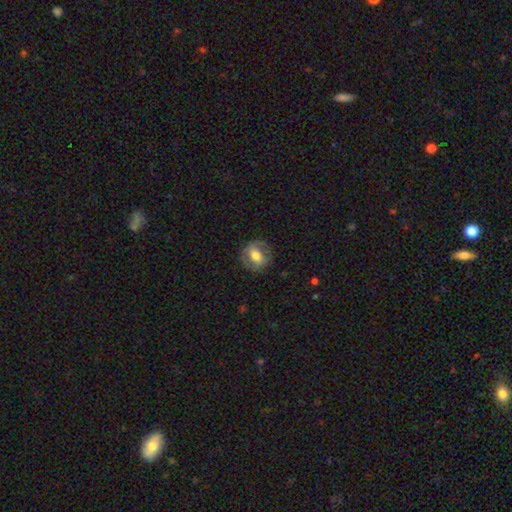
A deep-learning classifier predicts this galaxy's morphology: The model was most divided on "smooth or featured": smooth: 51%, featured or disk: 41%, star or artifact: 7%. More confident: merging — none (80%); how rounded — round (71%).